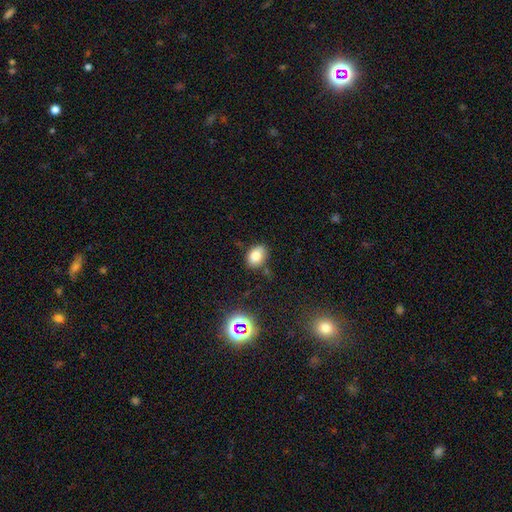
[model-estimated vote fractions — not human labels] smooth-or-featured: smooth: 80% | star or artifact: 12% | featured or disk: 8%
  how-rounded: in between: 74% | round: 25% | cigar-shaped: 1%
  merging: none: 77% | minor disturbance: 16% | merger: 4% | major disturbance: 3%